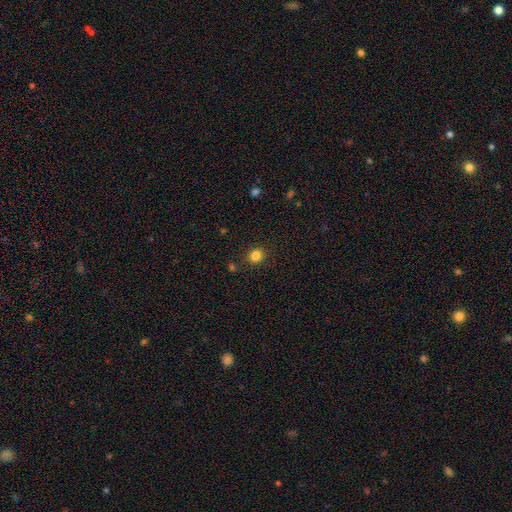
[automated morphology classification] Q: Smooth or featured?
A: smooth (83%); runner-up: star or artifact (13%)
Q: How rounded?
A: round (84%); runner-up: in between (16%)
Q: Merging?
A: none (88%); runner-up: minor disturbance (8%)